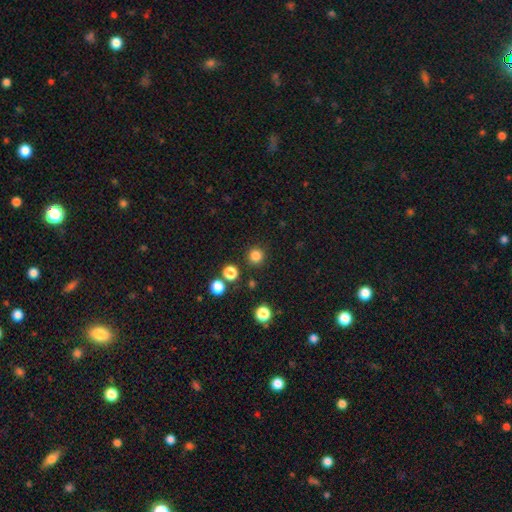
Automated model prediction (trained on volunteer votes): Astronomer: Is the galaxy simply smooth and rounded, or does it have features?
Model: smooth — 83%.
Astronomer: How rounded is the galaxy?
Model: round — 95%.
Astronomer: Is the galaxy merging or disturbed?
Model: none — 90%.